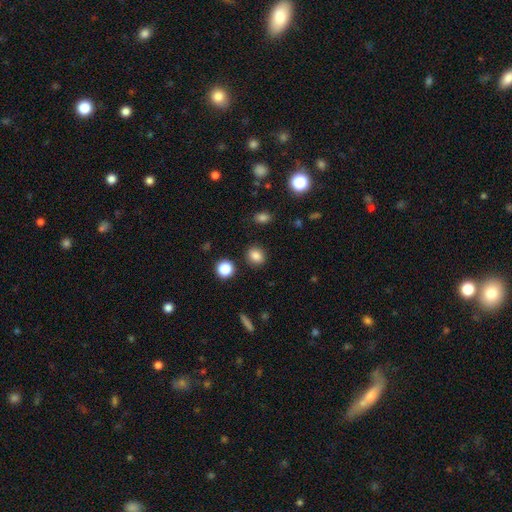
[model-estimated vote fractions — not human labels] A smooth galaxy with no disk features (84%) that is round (68%).

Vote fractions:
- Smooth or featured? smooth: 84% / star or artifact: 11% / featured or disk: 5%
- How rounded? round: 68% / in between: 31% / cigar-shaped: 1%
- Merging? none: 88% / minor disturbance: 7% / major disturbance: 3% / merger: 2%